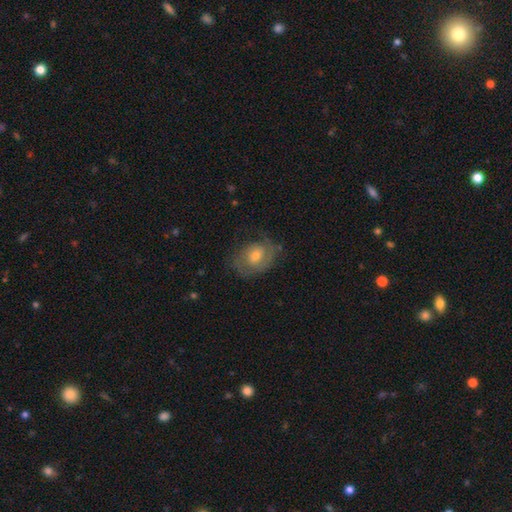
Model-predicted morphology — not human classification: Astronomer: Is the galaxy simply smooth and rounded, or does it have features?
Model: featured or disk — 67%.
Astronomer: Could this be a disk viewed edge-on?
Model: no — 97%.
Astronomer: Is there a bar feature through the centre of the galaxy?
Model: no — 63%.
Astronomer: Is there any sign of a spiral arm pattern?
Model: yes — 84%.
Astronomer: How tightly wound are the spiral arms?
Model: tight — 48% (runner-up: medium, 38%).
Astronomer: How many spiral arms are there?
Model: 2 — 56%.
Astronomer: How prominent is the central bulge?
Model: moderate — 56% (runner-up: small, 36%).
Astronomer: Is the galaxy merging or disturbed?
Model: none — 67%.